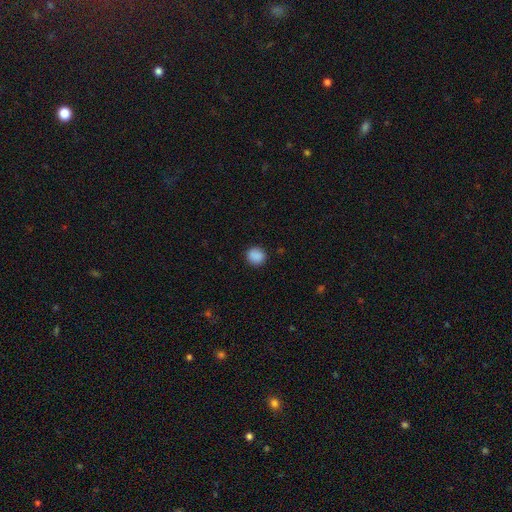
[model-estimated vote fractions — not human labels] This appears to be a smooth galaxy with no disk features (88%) that is round (84%). Merging: none (89%).